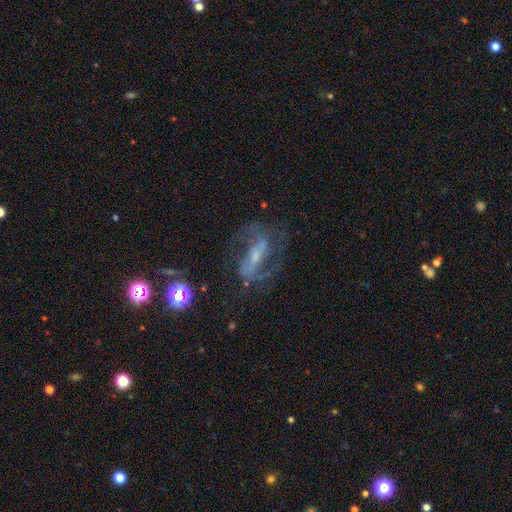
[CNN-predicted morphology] type=featured or disk (78%); edge-on=no (90%); bar=strong (54%); spiral arms=yes (86%); winding=medium (50%); arm count=2 (83%); bulge=small (54%); merging=none (63%).